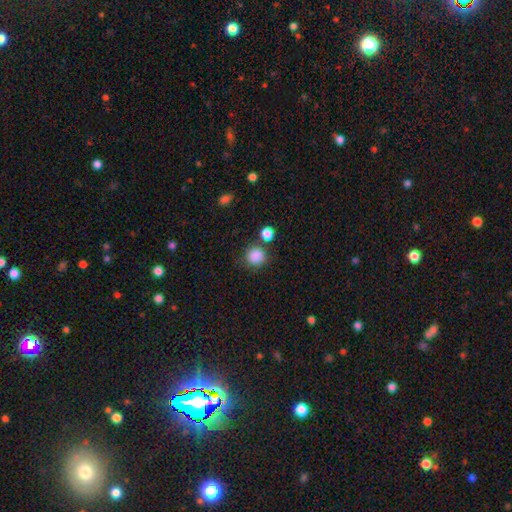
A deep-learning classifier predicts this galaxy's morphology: Smooth or featured: smooth — 86% (star or artifact — 10%)
How rounded: round — 90% (in between — 9%)
Merging: none — 75% (minor disturbance — 11%)